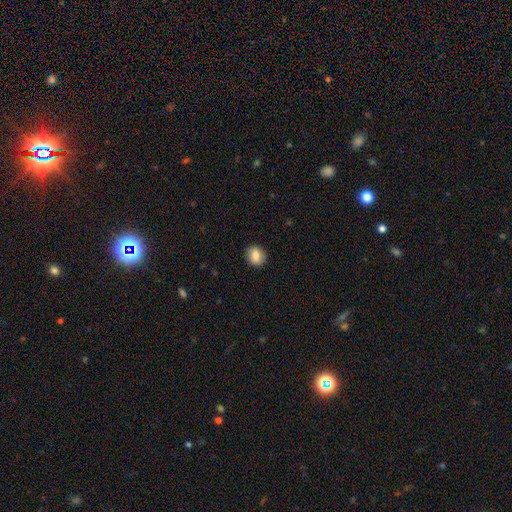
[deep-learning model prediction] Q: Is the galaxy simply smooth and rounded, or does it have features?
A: smooth — 81%.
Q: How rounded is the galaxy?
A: round — 70%.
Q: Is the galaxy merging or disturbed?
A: none — 88%.